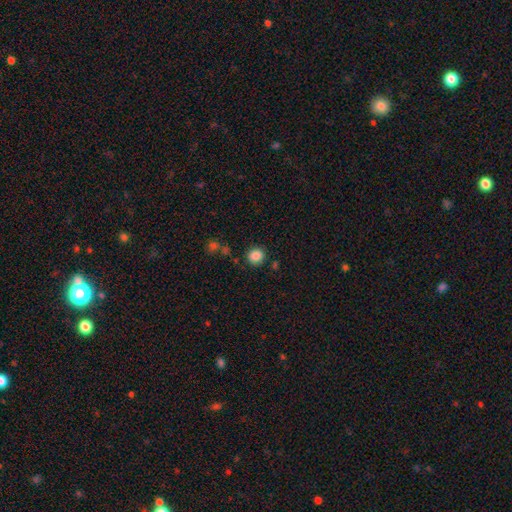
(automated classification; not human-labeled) Q: Smooth or featured?
A: smooth (86%); runner-up: star or artifact (10%)
Q: How rounded?
A: round (88%); runner-up: in between (11%)
Q: Merging?
A: none (86%); runner-up: minor disturbance (8%)